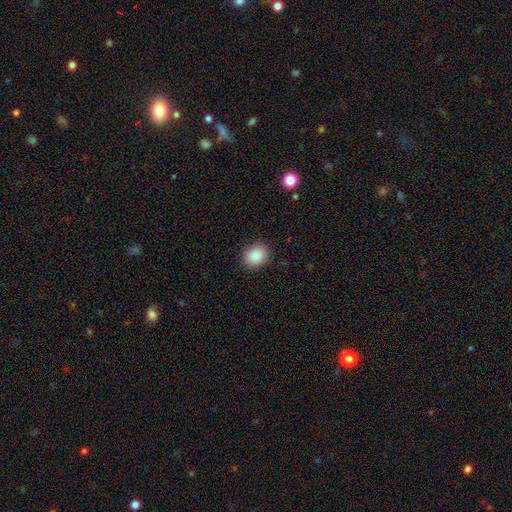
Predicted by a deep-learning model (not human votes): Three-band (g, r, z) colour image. It shows a smooth galaxy with no disk features (88%) that is round (50%). Merging: none (89%).